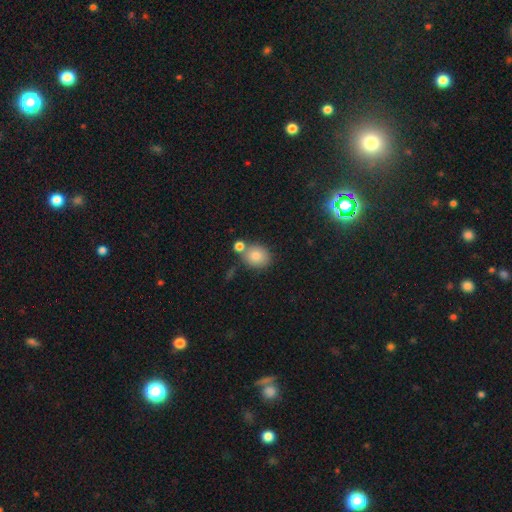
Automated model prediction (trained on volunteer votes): Smooth or featured? smooth (81%)
How rounded? round (61%)
Merging? none (61%)